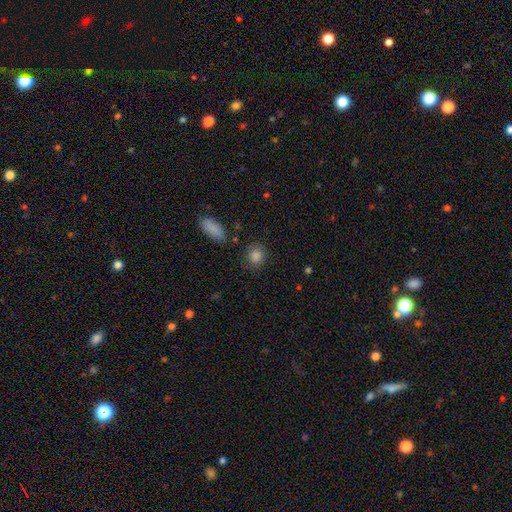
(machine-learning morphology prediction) This appears to be a smooth galaxy with no disk features (85%) that is round (70%). Merging: none (83%).